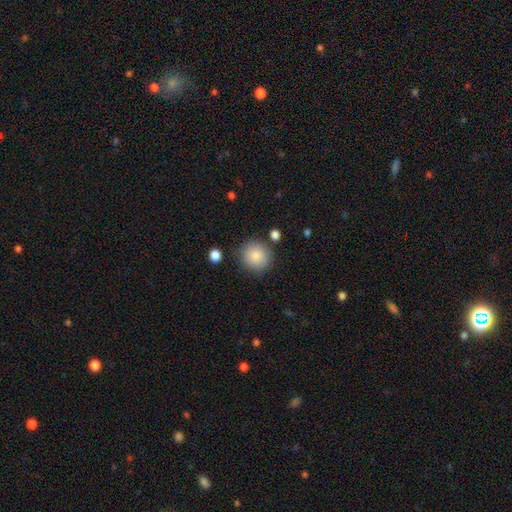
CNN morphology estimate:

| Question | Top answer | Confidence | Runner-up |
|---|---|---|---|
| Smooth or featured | smooth | 86% | star or artifact (8%) |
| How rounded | round | 92% | in between (7%) |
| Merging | none | 84% | minor disturbance (10%) |